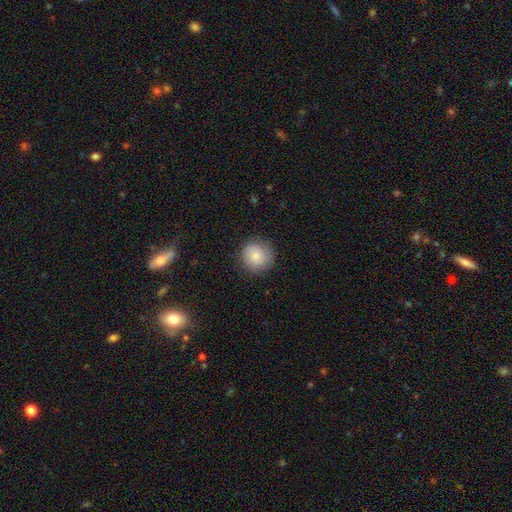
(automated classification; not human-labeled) Smooth or featured? Predicted: smooth (p=0.81). How rounded? Predicted: round (p=0.92). Merging? Predicted: none (p=0.85).